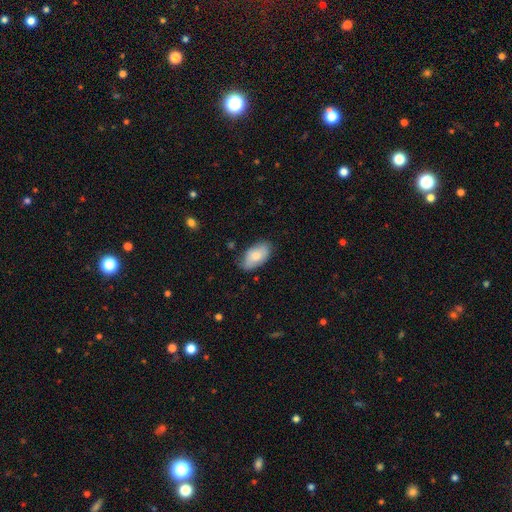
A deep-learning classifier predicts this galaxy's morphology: Smooth or featured: smooth — 79% (featured or disk — 15%)
How rounded: in between — 95% (round — 4%)
Merging: none — 75% (minor disturbance — 20%)